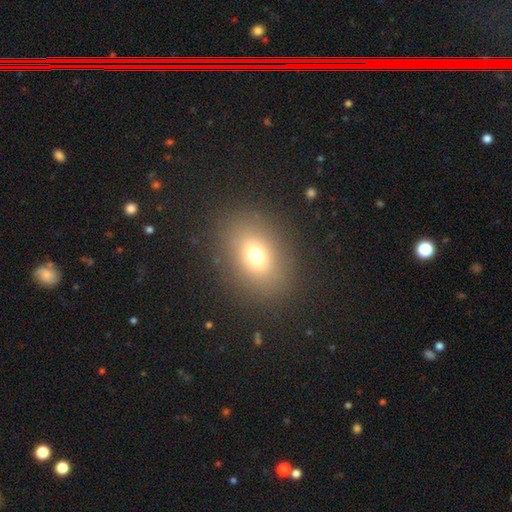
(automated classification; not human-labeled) Smooth or featured: smooth — 71% (star or artifact — 16%)
How rounded: in between — 57% (round — 42%)
Merging: none — 86% (minor disturbance — 8%)